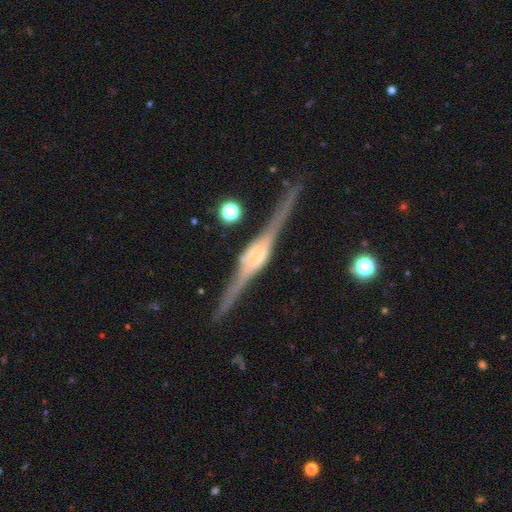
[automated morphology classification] Overall: featured or disk (88%). Edge-on disk: yes (98%). Edge-on bulge: rounded (65%; boxy 32%). Merging: none (86%).